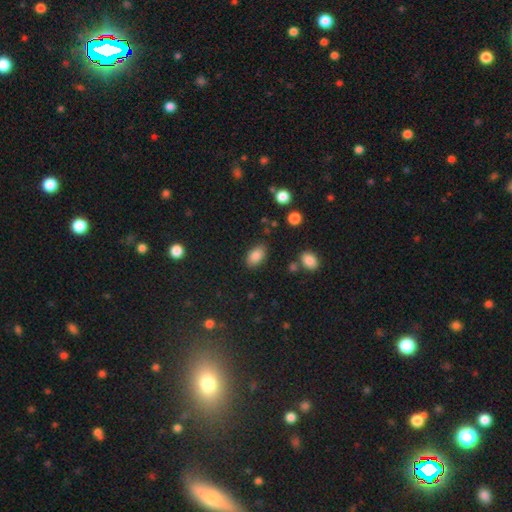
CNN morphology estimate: smooth 85%, star or artifact 9%, featured or disk 6%. Down the decision tree: how rounded — in between (91%); merging — none (83%).